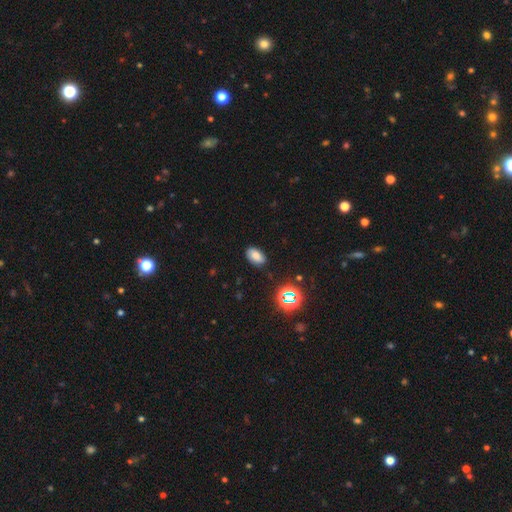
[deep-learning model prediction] smooth-or-featured: smooth: 74% | star or artifact: 15% | featured or disk: 11%
  how-rounded: in between: 92% | round: 6% | cigar-shaped: 2%
  merging: none: 82% | minor disturbance: 13% | major disturbance: 3% | merger: 1%